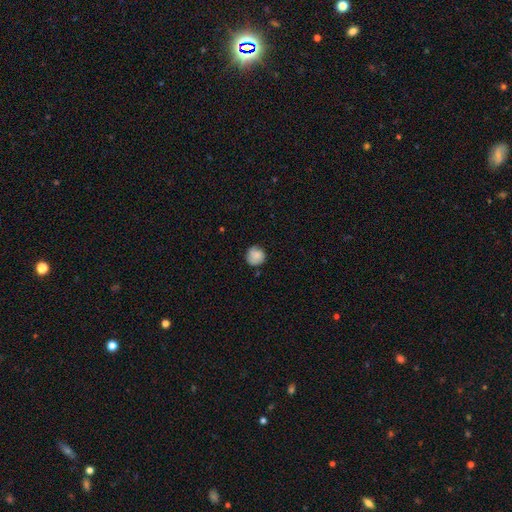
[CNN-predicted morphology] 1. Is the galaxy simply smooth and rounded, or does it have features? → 78% smooth, 14% featured or disk, 8% star or artifact.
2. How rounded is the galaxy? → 87% round, 12% in between, 1% cigar-shaped.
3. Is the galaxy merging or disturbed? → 73% none, 21% minor disturbance, 5% major disturbance, 2% merger.